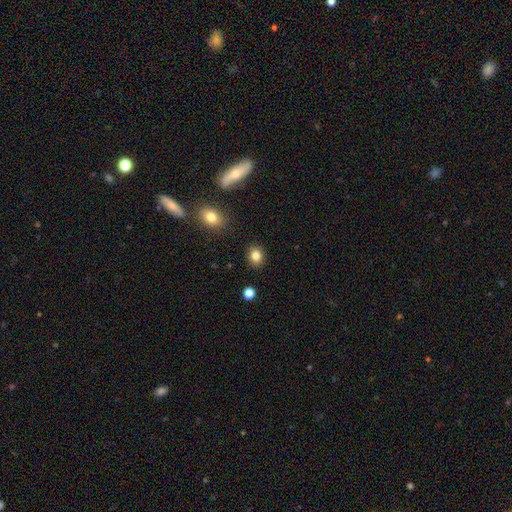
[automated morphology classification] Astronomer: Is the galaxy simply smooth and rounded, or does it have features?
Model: smooth — 83%.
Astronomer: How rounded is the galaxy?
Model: round — 64%.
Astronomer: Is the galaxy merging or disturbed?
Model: none — 90%.